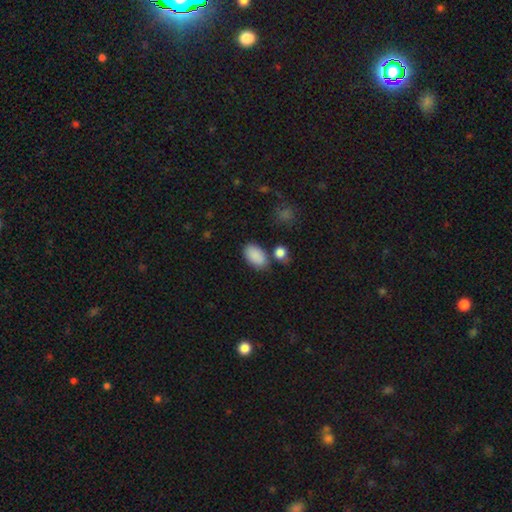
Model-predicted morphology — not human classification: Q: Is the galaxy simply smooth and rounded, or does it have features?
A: smooth — 89%.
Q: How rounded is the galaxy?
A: in between — 92%.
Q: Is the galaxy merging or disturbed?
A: none — 71%.